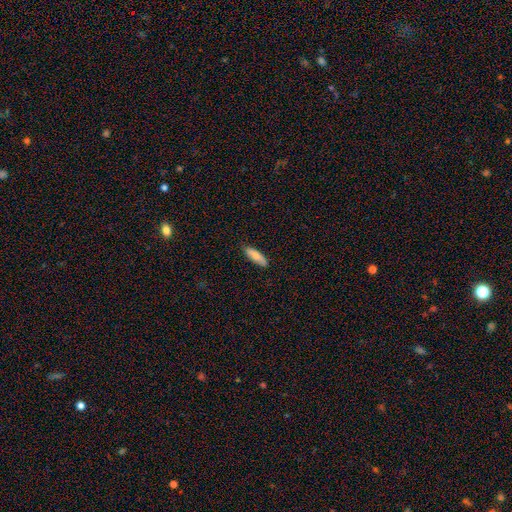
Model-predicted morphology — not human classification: The model was most divided on "how rounded": in between: 52%, cigar-shaped: 46%, round: 2%. More confident: merging — none (84%); smooth or featured — smooth (80%).